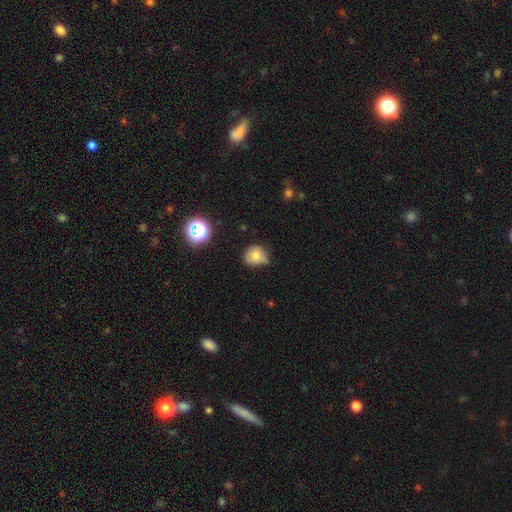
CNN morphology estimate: The model was most divided on "merging": none: 51%, minor disturbance: 37%, major disturbance: 8%, merger: 4%. More confident: how rounded — round (78%); smooth or featured — smooth (72%).